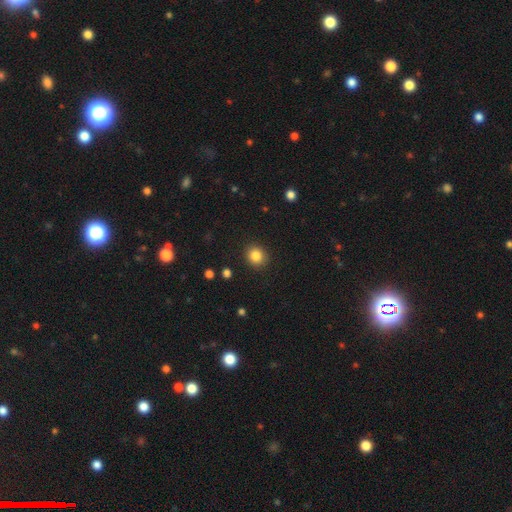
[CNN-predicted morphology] The model was most divided on "how rounded": round: 85%, in between: 14%, cigar-shaped: 1%. More confident: merging — none (91%); smooth or featured — smooth (85%).